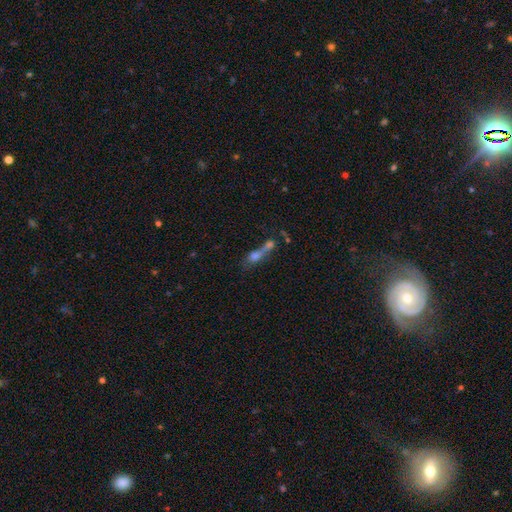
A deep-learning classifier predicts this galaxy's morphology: The model was most divided on "smooth or featured": smooth: 49%, featured or disk: 33%, star or artifact: 19%. More confident: merging — merger (60%).